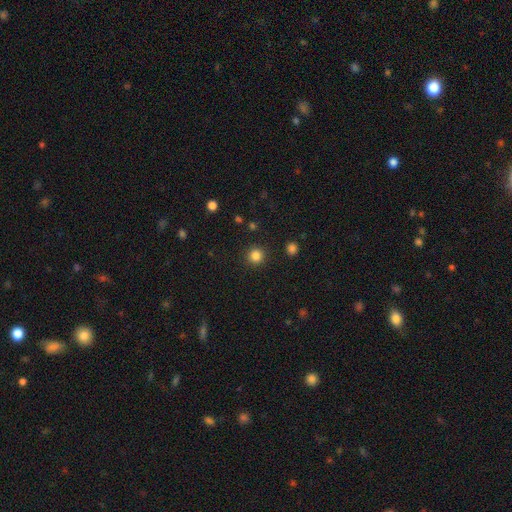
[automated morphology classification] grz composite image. It shows a smooth galaxy with no disk features (84%) that is round (94%). Merging: none (91%).